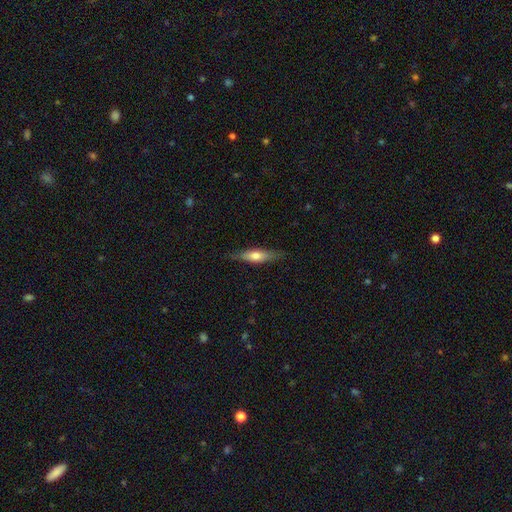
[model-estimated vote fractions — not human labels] Smooth or featured: smooth — 54% (featured or disk — 40%)
How rounded: cigar-shaped — 68% (in between — 30%)
Merging: none — 82% (minor disturbance — 14%)